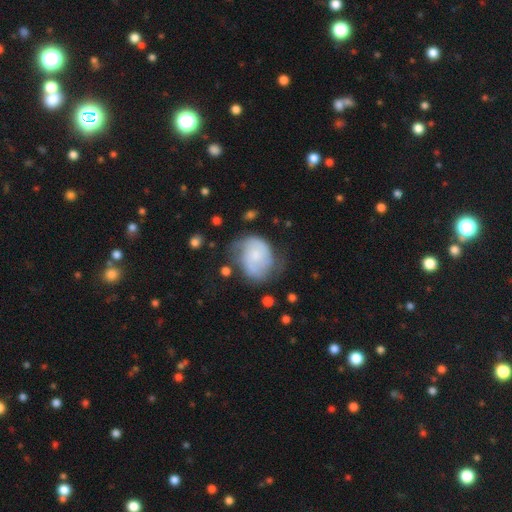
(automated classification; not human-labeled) Q: Smooth or featured?
A: featured or disk (60%); runner-up: smooth (33%)
Q: Edge-on disk?
A: no (98%); runner-up: yes (2%)
Q: Bar?
A: no (69%); runner-up: weak (27%)
Q: Spiral arms?
A: yes (84%); runner-up: no (16%)
Q: Bulge size?
A: small (51%); runner-up: moderate (26%)
Q: Merging?
A: none (47%); runner-up: minor disturbance (30%)